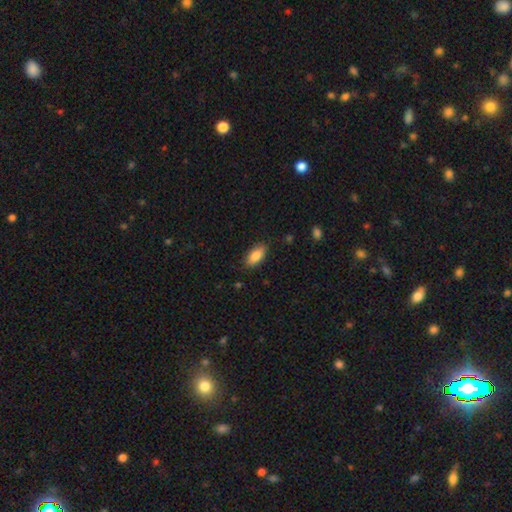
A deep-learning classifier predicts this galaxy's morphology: smooth-or-featured: smooth: 83% | featured or disk: 10% | star or artifact: 7%
  how-rounded: in between: 86% | cigar-shaped: 12% | round: 3%
  merging: none: 86% | minor disturbance: 11% | major disturbance: 2% | merger: 1%